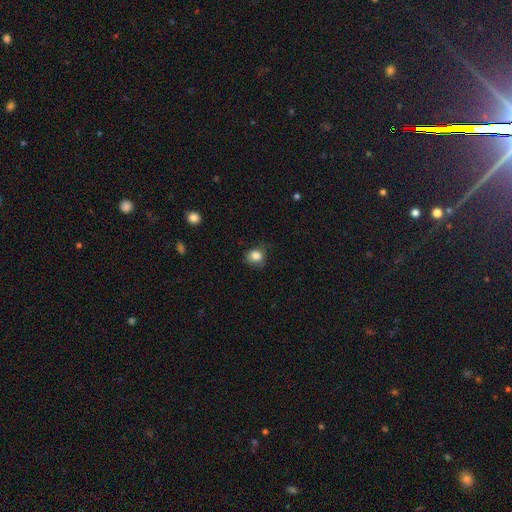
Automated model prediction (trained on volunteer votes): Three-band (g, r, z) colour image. It shows a smooth galaxy with no disk features (84%) that is round (69%). Merging: none (65%).